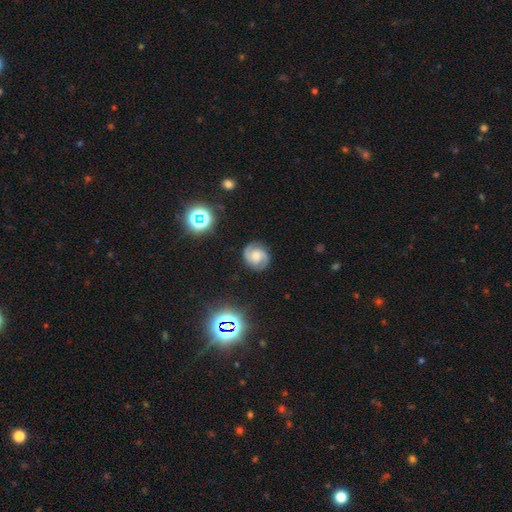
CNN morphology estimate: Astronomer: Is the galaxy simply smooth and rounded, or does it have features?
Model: featured or disk — 78%.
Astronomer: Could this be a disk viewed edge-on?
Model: no — 98%.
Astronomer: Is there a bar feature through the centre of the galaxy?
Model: no — 58% (runner-up: weak, 34%).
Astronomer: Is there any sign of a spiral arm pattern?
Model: yes — 96%.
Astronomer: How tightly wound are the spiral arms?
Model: medium — 47% (runner-up: tight, 42%).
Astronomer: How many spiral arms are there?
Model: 2 — 88%.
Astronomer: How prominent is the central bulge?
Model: moderate — 57% (runner-up: small, 32%).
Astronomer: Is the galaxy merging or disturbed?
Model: none — 84%.